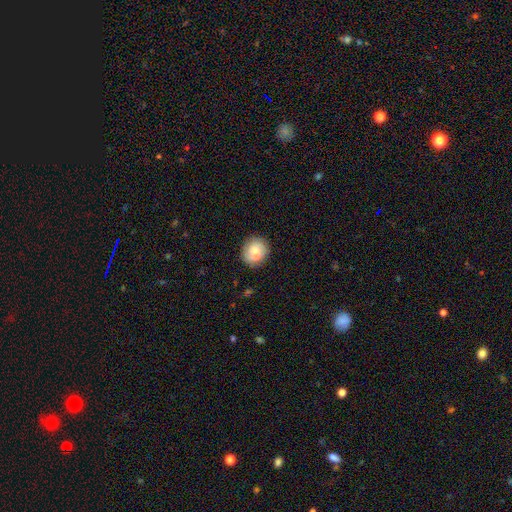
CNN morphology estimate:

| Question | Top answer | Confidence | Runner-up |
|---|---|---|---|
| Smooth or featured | smooth | 63% | featured or disk (28%) |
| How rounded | round | 80% | in between (19%) |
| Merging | none | 74% | minor disturbance (14%) |